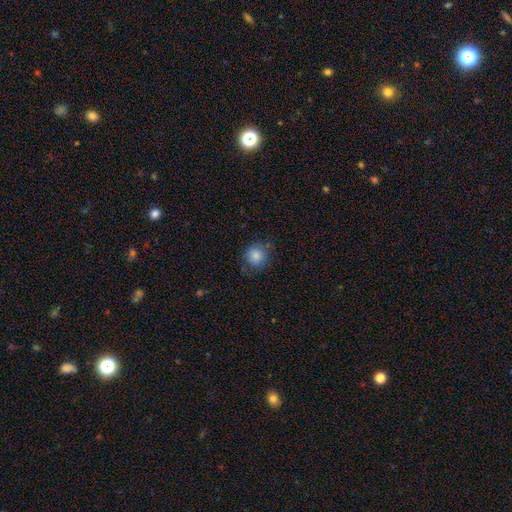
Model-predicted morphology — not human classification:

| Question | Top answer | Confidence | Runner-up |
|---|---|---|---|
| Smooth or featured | smooth | 84% | star or artifact (9%) |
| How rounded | round | 86% | in between (13%) |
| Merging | none | 76% | minor disturbance (17%) |